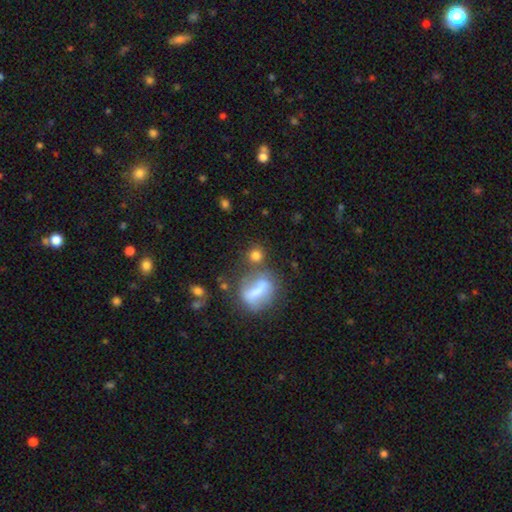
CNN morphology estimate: smooth-or-featured: smooth: 72% | featured or disk: 15% | star or artifact: 13%
  how-rounded: round: 77% | in between: 18% | cigar-shaped: 5%
  merging: none: 63% | merger: 16% | minor disturbance: 13% | major disturbance: 8%